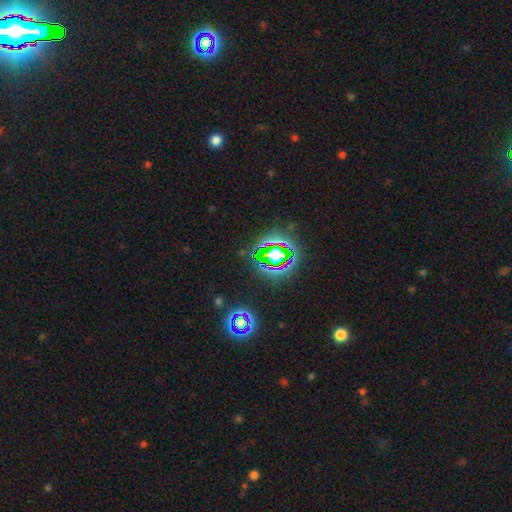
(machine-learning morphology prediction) type=star or artifact (80%).